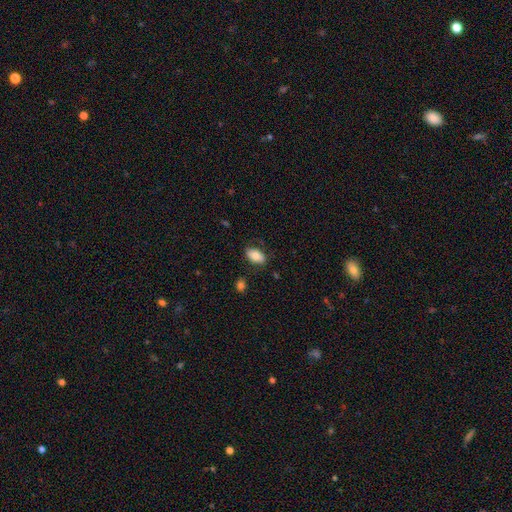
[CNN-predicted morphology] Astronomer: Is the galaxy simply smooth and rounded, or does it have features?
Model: smooth — 79%.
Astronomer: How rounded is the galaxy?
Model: in between — 93%.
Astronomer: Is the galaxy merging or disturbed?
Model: none — 75%.